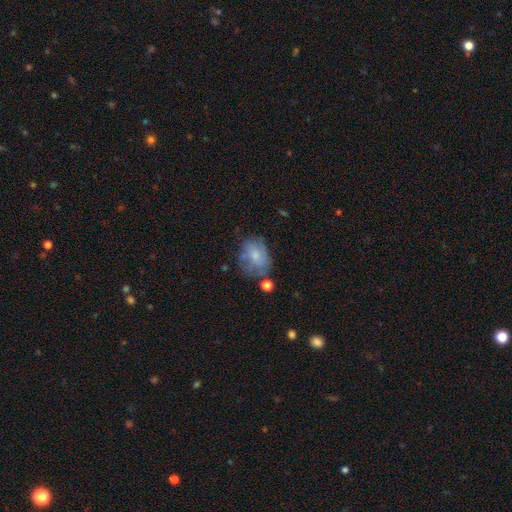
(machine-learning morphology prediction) This is likely a smooth galaxy (63%). How rounded: likely in between (68%). Merging: possibly none (48%).